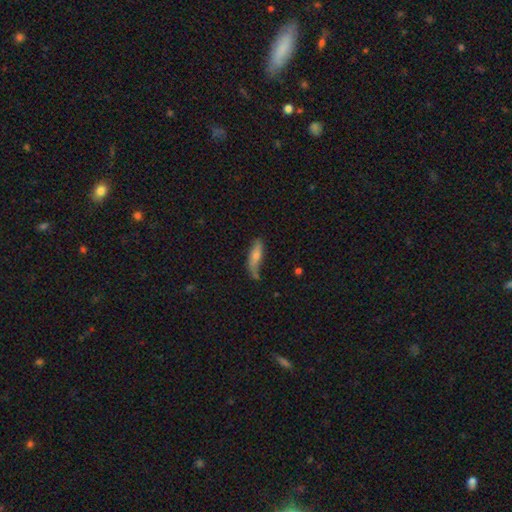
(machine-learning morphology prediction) Smooth or featured?
  - smooth: 62% *
  - featured or disk: 30%
  - star or artifact: 8%
How rounded?
  - cigar-shaped: 63% *
  - in between: 35%
  - round: 2%
Merging?
  - none: 59% *
  - minor disturbance: 27%
  - major disturbance: 8%
  - merger: 6%